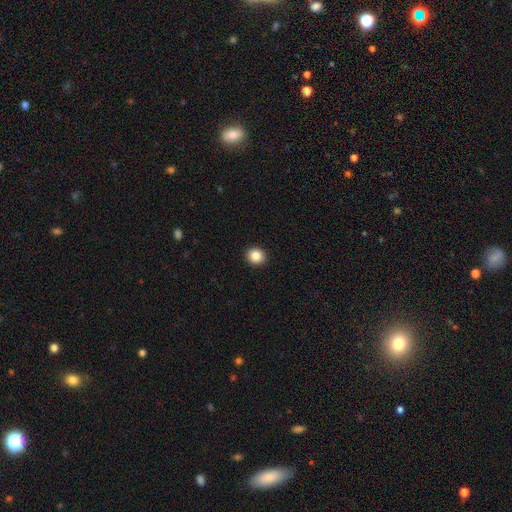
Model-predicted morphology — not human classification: Overall: smooth (86%). How rounded: round (87%). Merging: none (93%).